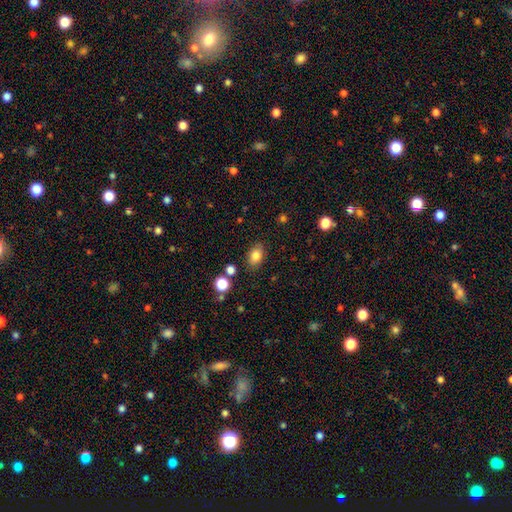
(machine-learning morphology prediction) This is clearly a smooth galaxy (82%). How rounded: clearly in between (83%). Merging: clearly none (83%).